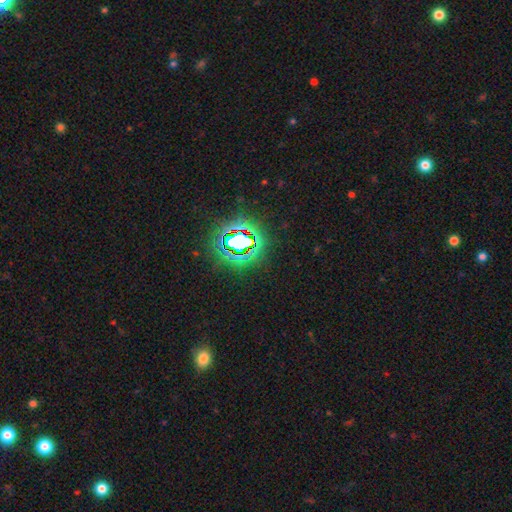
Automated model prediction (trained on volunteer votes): smooth_or_featured: star or artifact (p=0.81) [alt: smooth p=0.12]